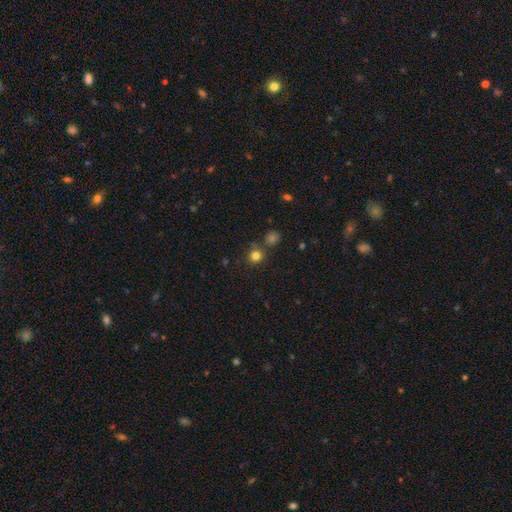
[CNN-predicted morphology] A smooth galaxy with no disk features (79%) that is round (91%). Merging: none (76%).